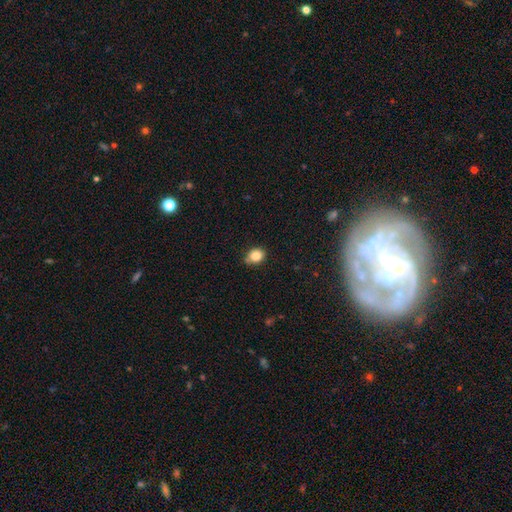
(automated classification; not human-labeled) Overall: smooth (85%). How rounded: round (63%; in between 36%). Merging: none (70%).